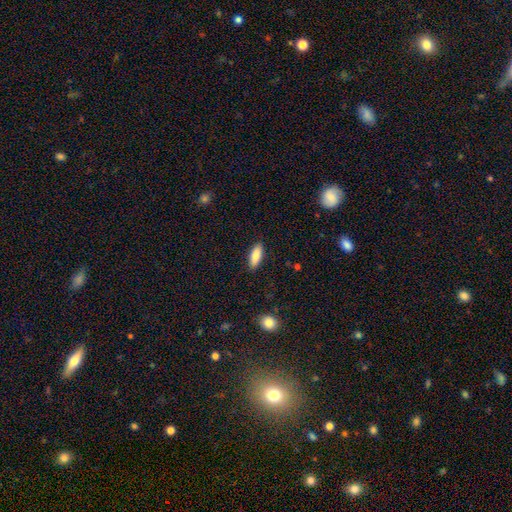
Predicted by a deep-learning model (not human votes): A smooth galaxy with no disk features (85%) that is in between round and cigar-shaped (72%). Merging: none (89%).